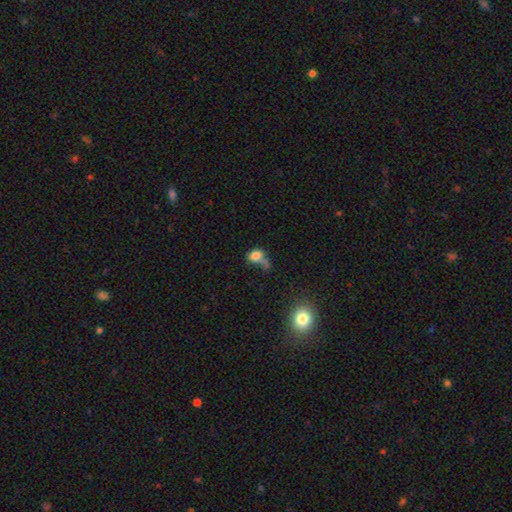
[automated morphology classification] A smooth galaxy with no disk features (72%) that is in between round and cigar-shaped (67%).

Vote fractions:
- Smooth or featured? smooth: 72% / featured or disk: 15% / star or artifact: 13%
- How rounded? in between: 67% / round: 30% / cigar-shaped: 3%
- Merging? major disturbance: 30% / merger: 27% / none: 25% / minor disturbance: 18%